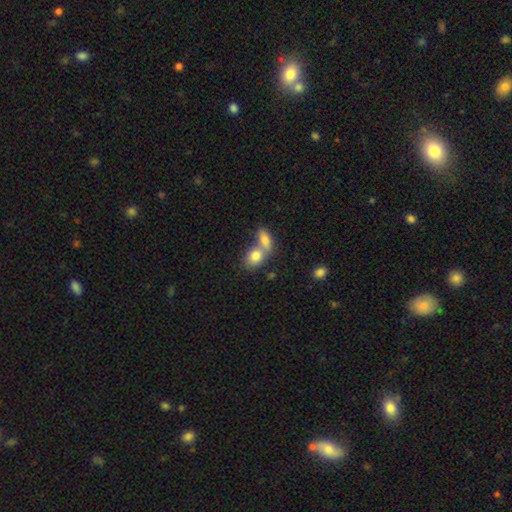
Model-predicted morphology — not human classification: Overall: smooth (81%). How rounded: in between (70%). Merging: merger (61%; none 28%).